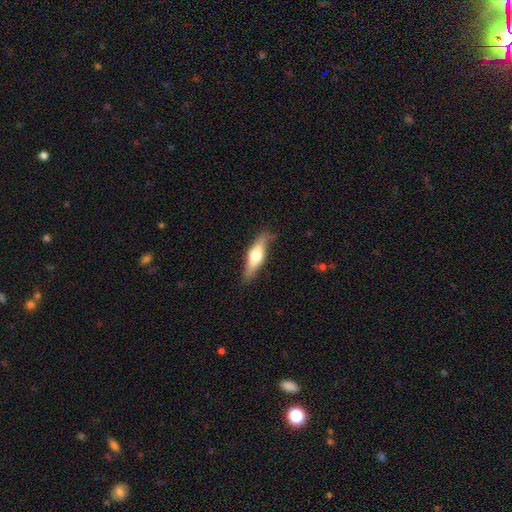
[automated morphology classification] type=smooth (48%); merging=none (75%).